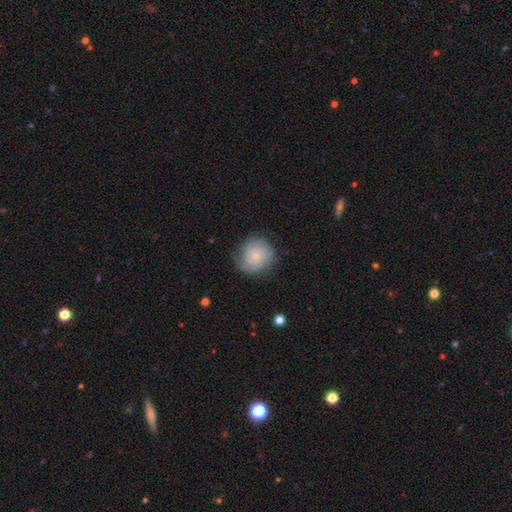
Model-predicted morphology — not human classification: Smooth or featured? smooth (48%)
Merging? none (76%)